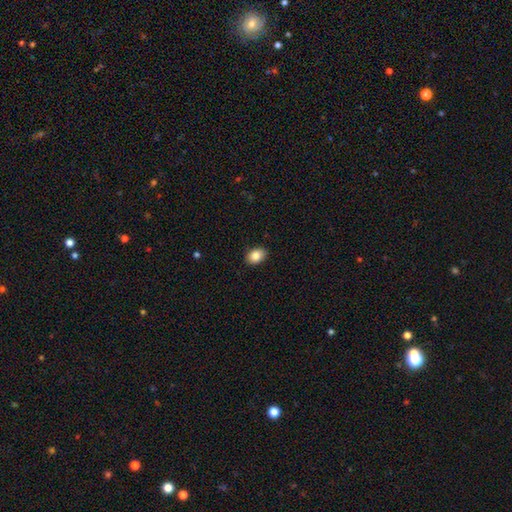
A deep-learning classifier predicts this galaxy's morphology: smooth_or_featured: smooth (p=0.86) [alt: star or artifact p=0.08]
how_rounded: in between (p=0.77) [alt: round p=0.22]
merging: none (p=0.89) [alt: minor disturbance p=0.08]